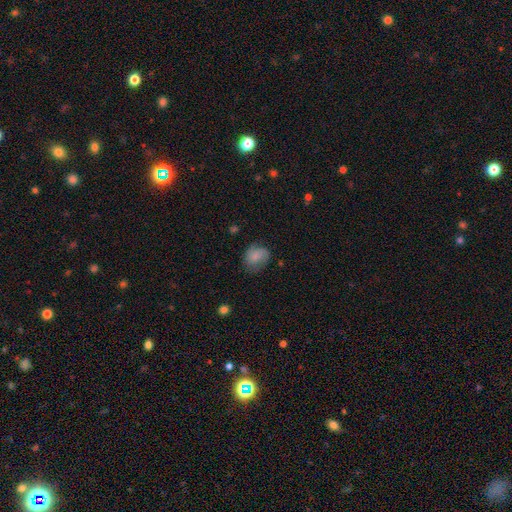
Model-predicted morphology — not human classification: Smooth or featured?
  - smooth: 71% *
  - featured or disk: 20%
  - star or artifact: 9%
How rounded?
  - in between: 50% *
  - round: 49%
  - cigar-shaped: 1%
Merging?
  - none: 56% *
  - minor disturbance: 30%
  - major disturbance: 13%
  - merger: 1%